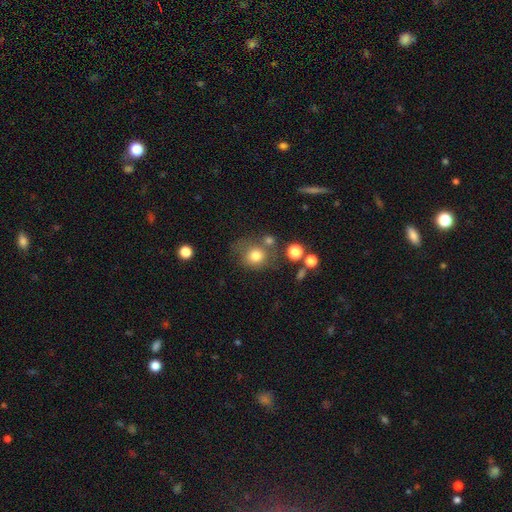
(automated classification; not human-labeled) This appears to be a smooth galaxy with no disk features (78%) that is round (78%). Merging: none (60%).